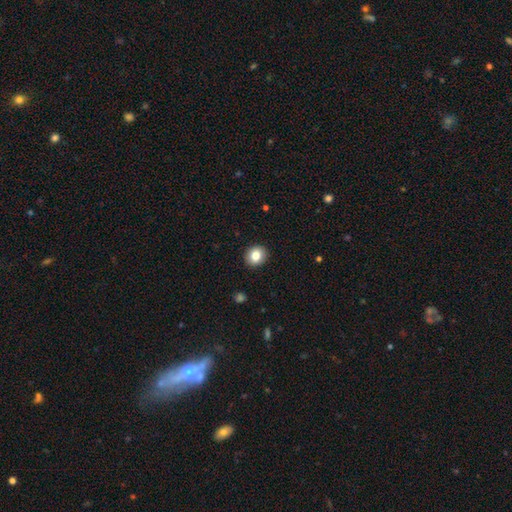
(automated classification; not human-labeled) Q: Smooth or featured?
A: smooth (83%); runner-up: star or artifact (9%)
Q: How rounded?
A: round (74%); runner-up: in between (25%)
Q: Merging?
A: none (92%); runner-up: minor disturbance (6%)